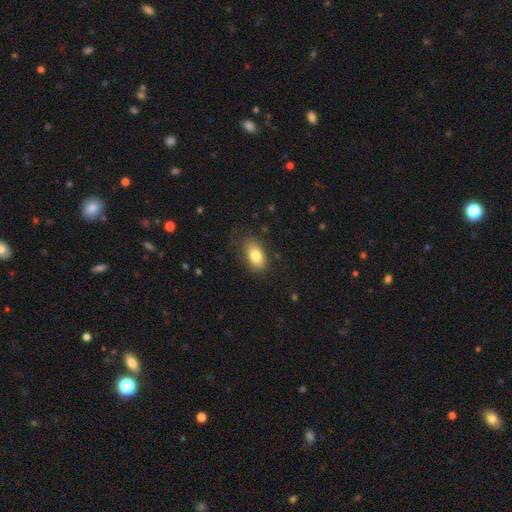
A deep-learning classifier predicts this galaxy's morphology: Smooth or featured? smooth (81%)
How rounded? in between (90%)
Merging? none (80%)